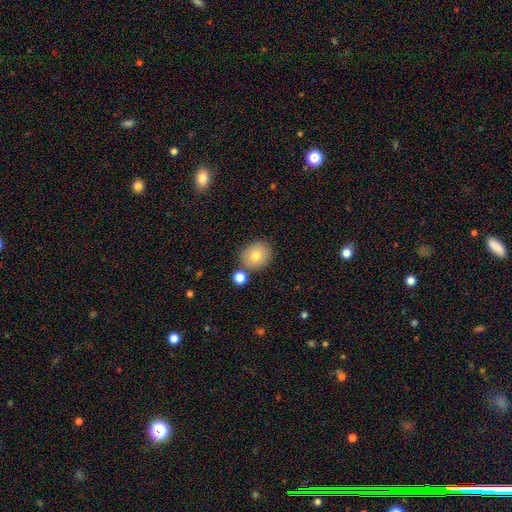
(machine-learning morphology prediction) smooth-or-featured: smooth: 76% | featured or disk: 14% | star or artifact: 10%
  how-rounded: round: 79% | in between: 20% | cigar-shaped: 1%
  merging: none: 75% | merger: 11% | minor disturbance: 11% | major disturbance: 3%